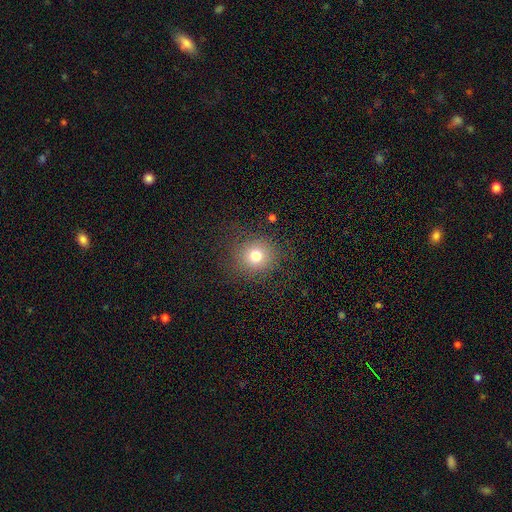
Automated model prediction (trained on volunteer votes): A smooth galaxy with no disk features (75%) that is round (88%).

Vote fractions:
- Smooth or featured? smooth: 75% / star or artifact: 15% / featured or disk: 10%
- How rounded? round: 88% / in between: 12% / cigar-shaped: 1%
- Merging? none: 83% / minor disturbance: 10% / major disturbance: 6% / merger: 1%